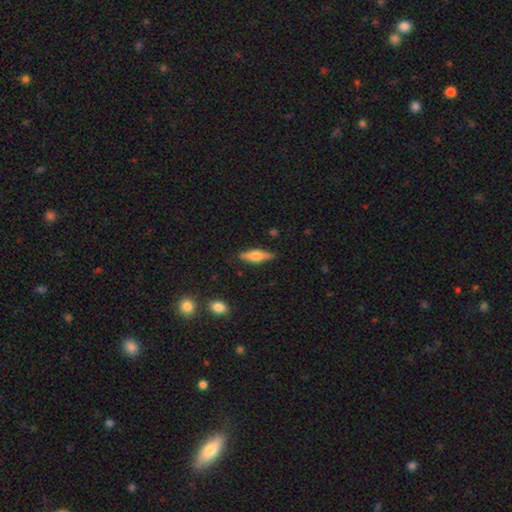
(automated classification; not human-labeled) Smooth or featured? Predicted: smooth (p=0.48). Merging? Predicted: none (p=0.86).